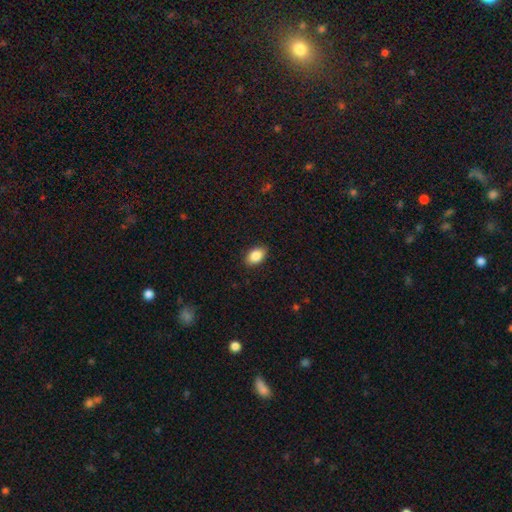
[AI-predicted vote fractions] A smooth galaxy with no disk features (87%) that is in between round and cigar-shaped (87%).

Vote fractions:
- Smooth or featured? smooth: 87% / star or artifact: 8% / featured or disk: 5%
- How rounded? in between: 87% / round: 11% / cigar-shaped: 1%
- Merging? none: 88% / minor disturbance: 9% / major disturbance: 2% / merger: 1%